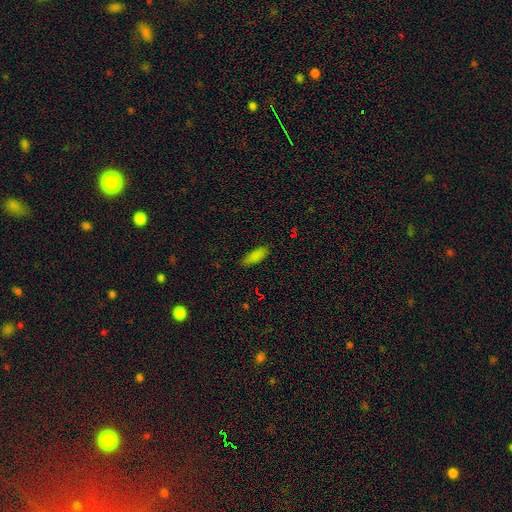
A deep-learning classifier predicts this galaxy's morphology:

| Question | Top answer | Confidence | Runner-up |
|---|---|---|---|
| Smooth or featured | smooth | 83% | star or artifact (11%) |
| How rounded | in between | 69% | cigar-shaped (29%) |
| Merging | none | 82% | minor disturbance (14%) |